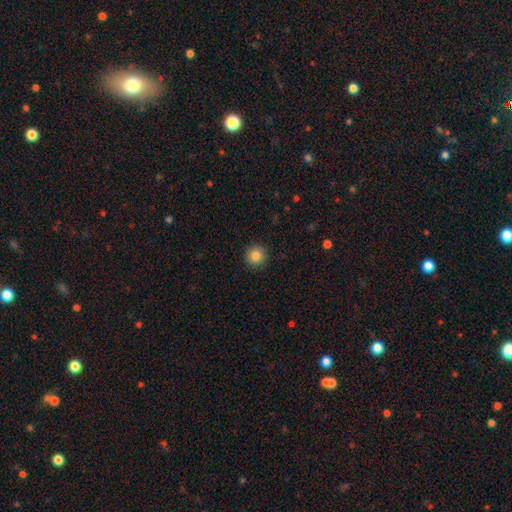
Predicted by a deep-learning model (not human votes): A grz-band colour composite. It shows a smooth galaxy with no disk features (84%) that is round (95%). Merging: none (92%).